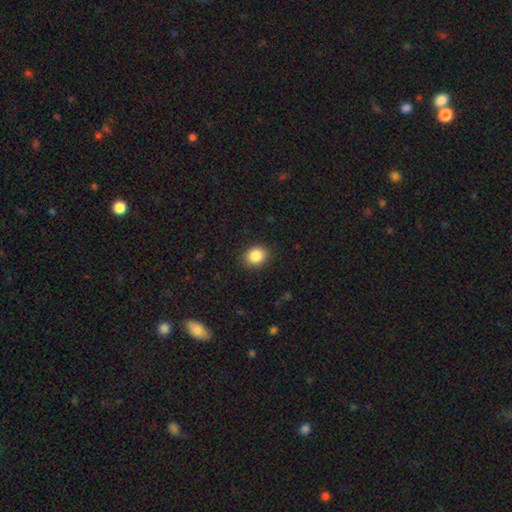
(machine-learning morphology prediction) Smooth or featured? Predicted: smooth (p=0.86). How rounded? Predicted: round (p=0.60). Merging? Predicted: none (p=0.89).